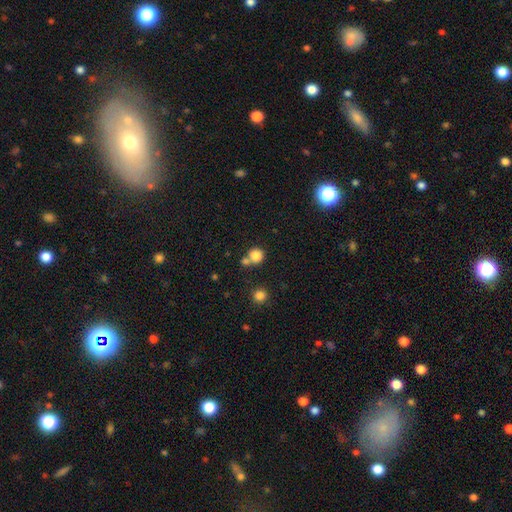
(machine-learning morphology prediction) Q: Smooth or featured?
A: smooth (82%); runner-up: star or artifact (11%)
Q: How rounded?
A: round (88%); runner-up: in between (11%)
Q: Merging?
A: none (54%); runner-up: merger (33%)